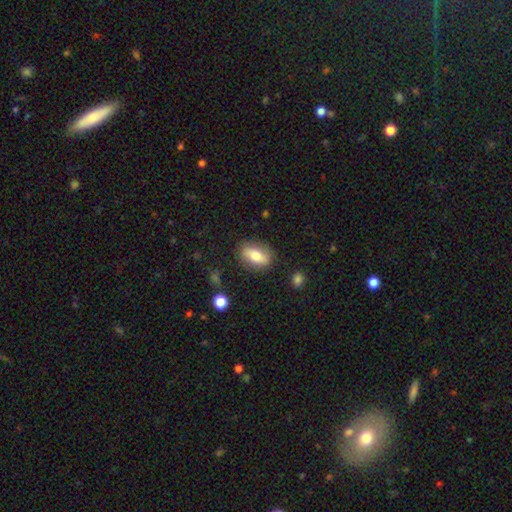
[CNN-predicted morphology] smooth 68%, featured or disk 25%, star or artifact 7%. Down the decision tree: how rounded — in between (82%); merging — none (82%).